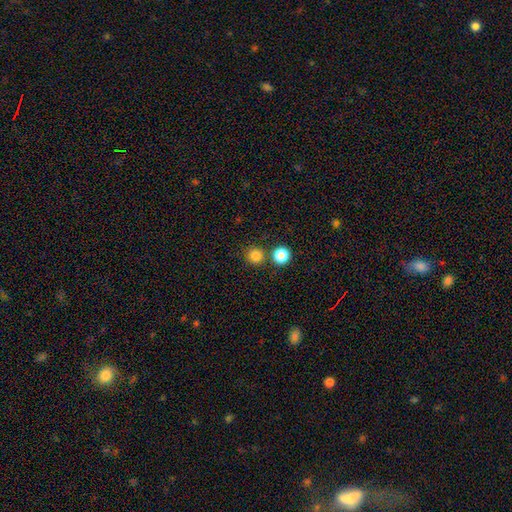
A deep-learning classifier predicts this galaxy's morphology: Smooth or featured?
  - smooth: 83% *
  - star or artifact: 13%
  - featured or disk: 4%
How rounded?
  - round: 94% *
  - in between: 5%
  - cigar-shaped: 1%
Merging?
  - none: 78% *
  - merger: 14%
  - minor disturbance: 6%
  - major disturbance: 2%